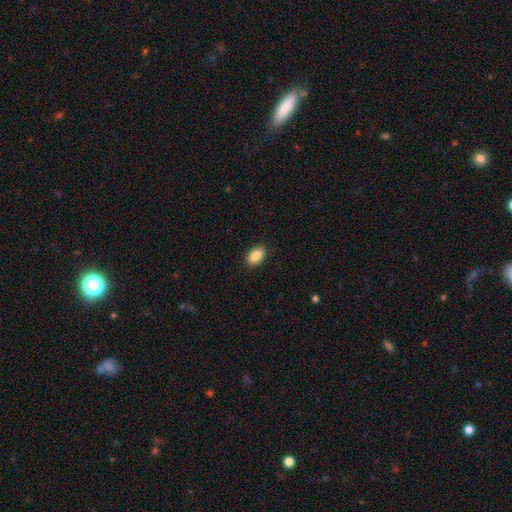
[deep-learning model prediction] A smooth galaxy with no disk features (88%) that is in between round and cigar-shaped (90%). Merging: none (90%).